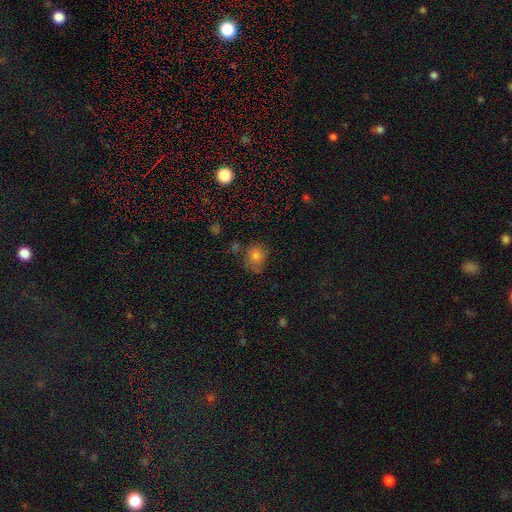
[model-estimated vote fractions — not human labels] This is likely a smooth galaxy (78%). How rounded: likely round (69%). Merging: likely none (61%).